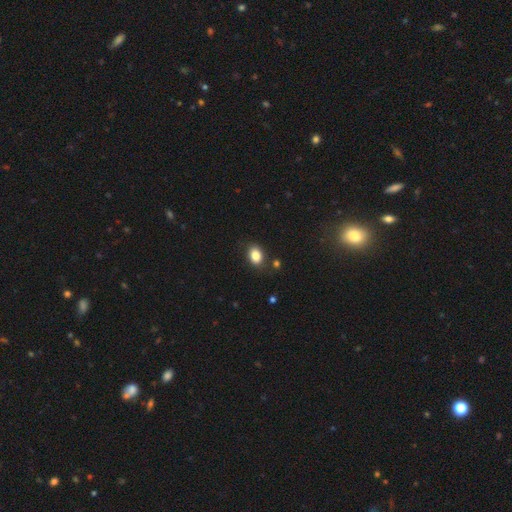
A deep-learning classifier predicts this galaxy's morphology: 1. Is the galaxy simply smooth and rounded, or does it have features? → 85% smooth, 9% star or artifact, 6% featured or disk.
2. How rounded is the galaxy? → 78% in between, 21% round, 1% cigar-shaped.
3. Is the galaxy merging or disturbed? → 82% none, 12% minor disturbance, 3% major disturbance, 3% merger.